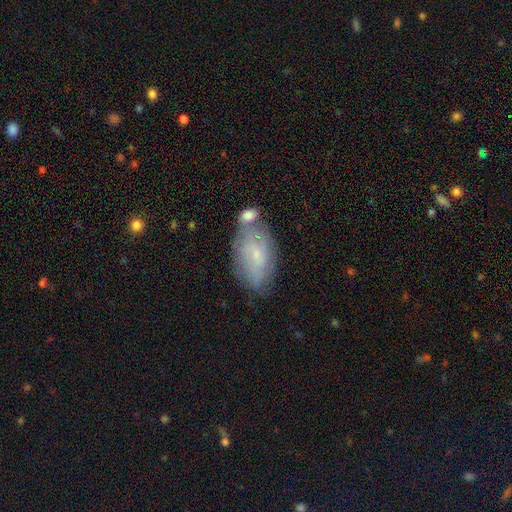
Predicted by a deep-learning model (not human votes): Overall: featured or disk (51%; smooth 42%). Edge-on disk: no (93%). Merging: none (45%; merger 25%).